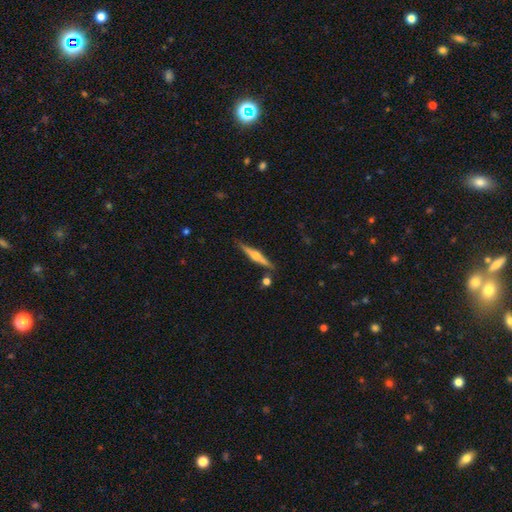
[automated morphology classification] This is likely a featured or disk galaxy (74%). It is clearly viewed edge-on (98%). Edge-on bulge: clearly rounded (92%). Merging: clearly none (84%).